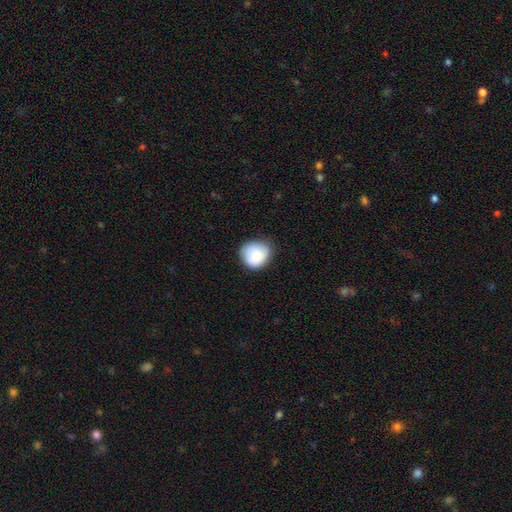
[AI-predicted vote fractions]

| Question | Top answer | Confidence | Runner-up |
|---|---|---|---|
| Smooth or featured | smooth | 78% | featured or disk (15%) |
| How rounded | round | 78% | in between (21%) |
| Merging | none | 67% | minor disturbance (26%) |